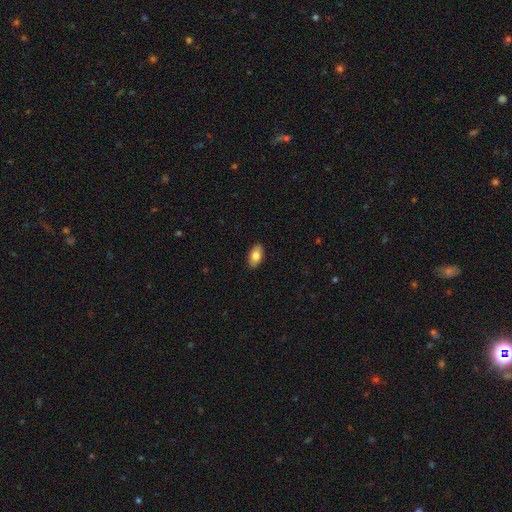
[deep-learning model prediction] Smooth or featured? Predicted: smooth (p=0.81). How rounded? Predicted: in between (p=0.94). Merging? Predicted: none (p=0.90).